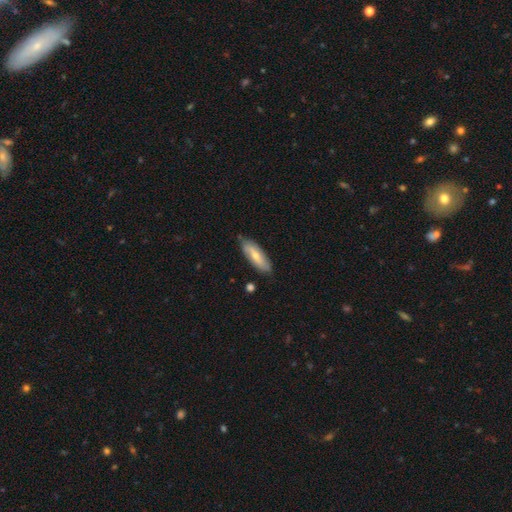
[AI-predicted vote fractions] A smooth galaxy with no disk features (58%) that is in between round and cigar-shaped (62%).

Vote fractions:
- Smooth or featured? smooth: 58% / featured or disk: 37% / star or artifact: 5%
- How rounded? in between: 62% / cigar-shaped: 36% / round: 2%
- Merging? none: 79% / minor disturbance: 17% / major disturbance: 3% / merger: 2%